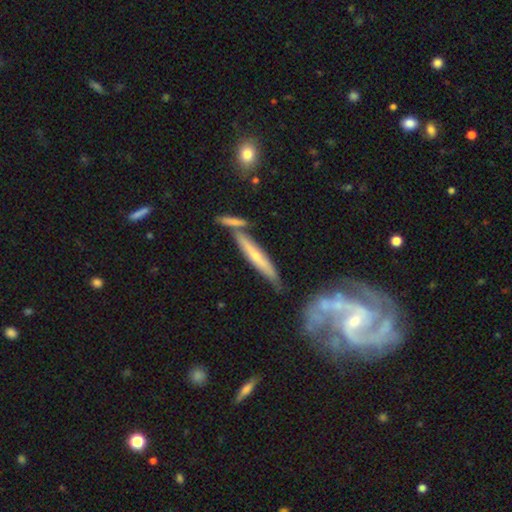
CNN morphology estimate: smooth_or_featured: featured or disk (p=0.57) [alt: smooth p=0.36]
disk_edge_on: yes (p=0.81) [alt: no p=0.19]
merging: none (p=0.64) [alt: merger p=0.16]